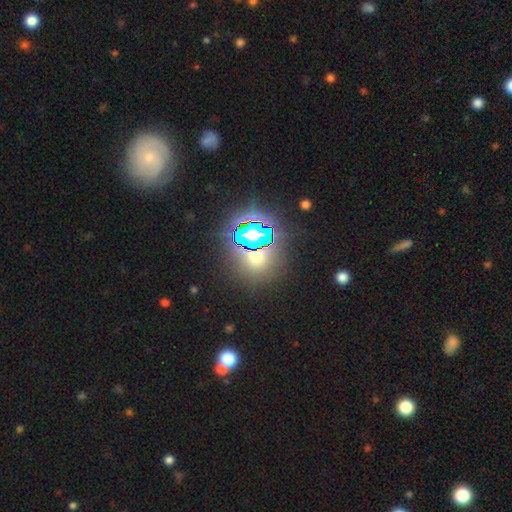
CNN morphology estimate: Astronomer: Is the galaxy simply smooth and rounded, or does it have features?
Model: star or artifact — 60%.